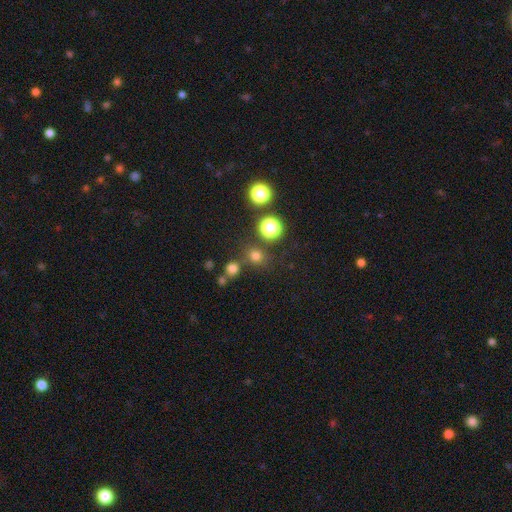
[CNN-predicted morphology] Smooth or featured? Predicted: smooth (p=0.69). How rounded? Predicted: round (p=0.82). Merging? Predicted: none (p=0.76).